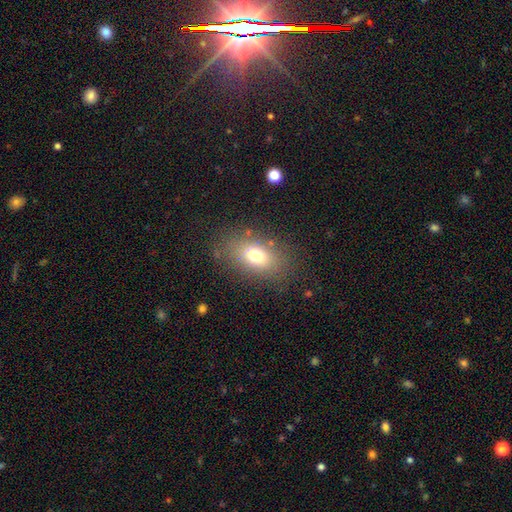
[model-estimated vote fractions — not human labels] This is likely a smooth galaxy (72%). How rounded: likely in between (79%). Merging: clearly none (80%).